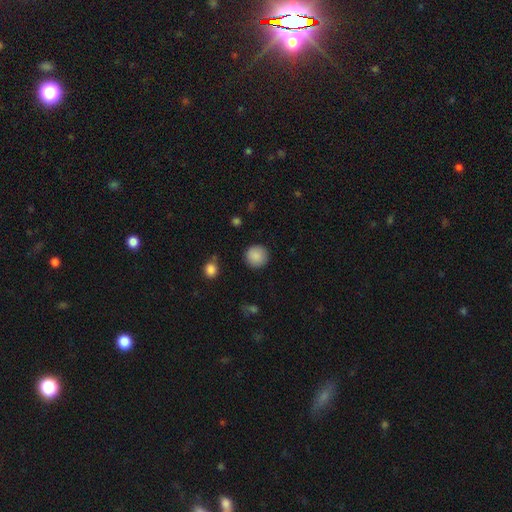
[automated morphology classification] type=smooth (89%); roundness=round (94%); merging=none (90%).